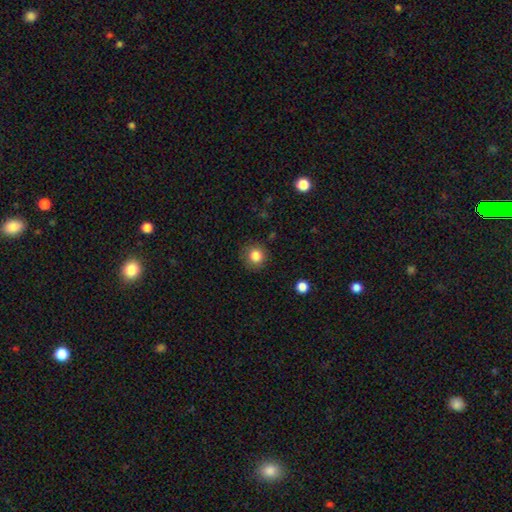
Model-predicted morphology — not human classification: This appears to be a smooth galaxy with no disk features (84%) that is round (91%). Merging: none (85%).